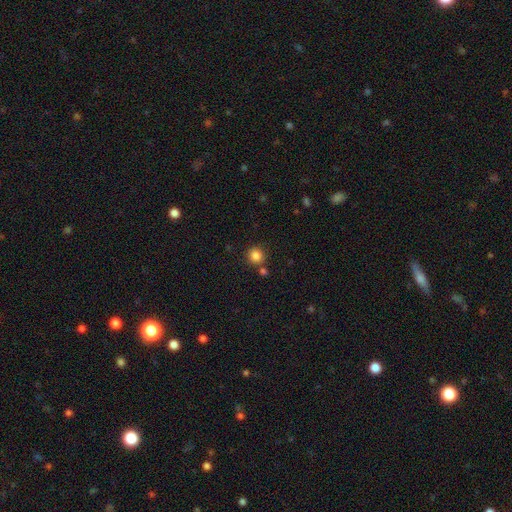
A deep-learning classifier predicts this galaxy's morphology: Smooth or featured? smooth (84%)
How rounded? round (92%)
Merging? none (80%)